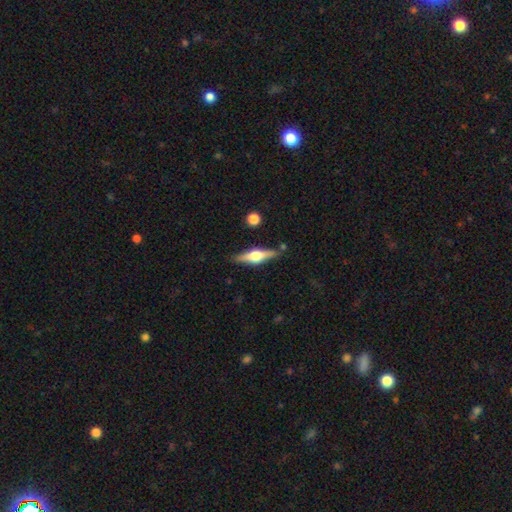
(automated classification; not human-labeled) Smooth or featured: featured or disk — 68% (smooth — 26%)
Edge-on disk: yes — 96% (no — 4%)
Edge-on bulge: rounded — 92% (boxy — 6%)
Merging: none — 85% (minor disturbance — 10%)